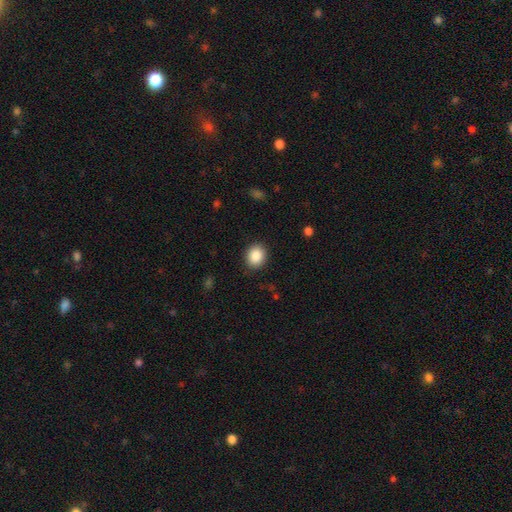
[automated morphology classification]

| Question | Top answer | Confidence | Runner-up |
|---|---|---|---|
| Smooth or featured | smooth | 87% | star or artifact (8%) |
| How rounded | round | 69% | in between (30%) |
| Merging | none | 88% | minor disturbance (8%) |